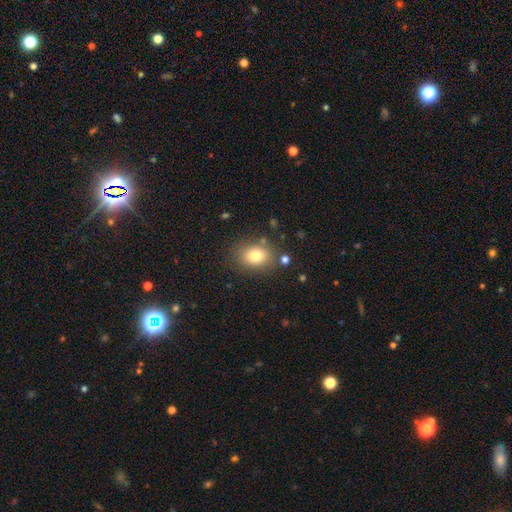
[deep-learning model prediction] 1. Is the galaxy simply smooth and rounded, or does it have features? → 79% smooth, 11% star or artifact, 10% featured or disk.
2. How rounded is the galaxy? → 58% in between, 41% round, 1% cigar-shaped.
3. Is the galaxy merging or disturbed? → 79% none, 12% minor disturbance, 4% major disturbance, 4% merger.